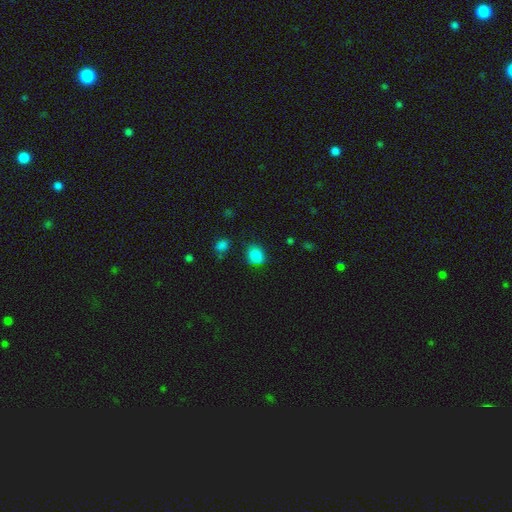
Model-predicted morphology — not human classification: Smooth or featured?
  - smooth: 85% *
  - star or artifact: 11%
  - featured or disk: 3%
How rounded?
  - round: 54% *
  - in between: 45%
  - cigar-shaped: 1%
Merging?
  - none: 77% *
  - minor disturbance: 16%
  - major disturbance: 4%
  - merger: 3%